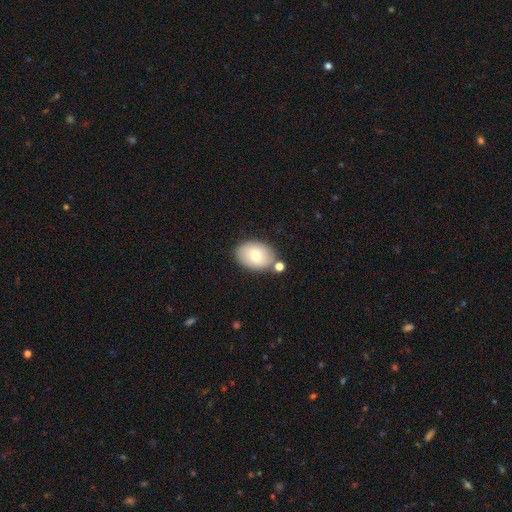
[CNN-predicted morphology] This is likely a smooth galaxy (72%). How rounded: clearly in between (81%). Merging: likely none (72%).